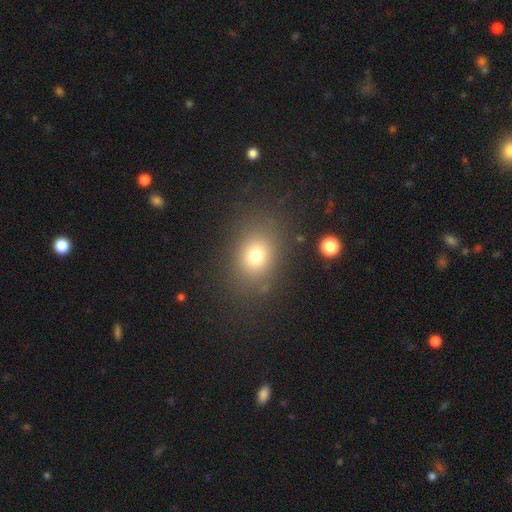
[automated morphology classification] Overall: smooth (74%). How rounded: in between (54%; round 45%). Merging: none (80%).